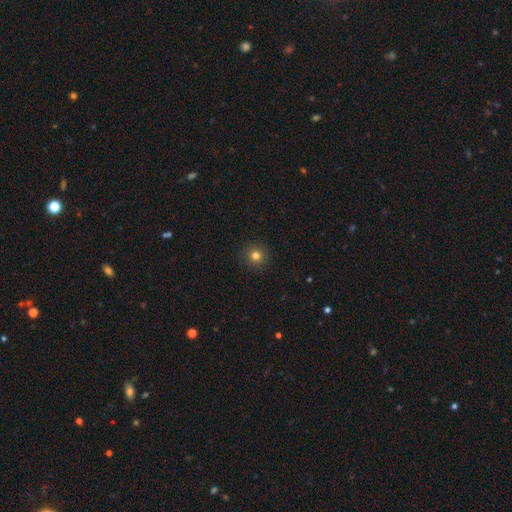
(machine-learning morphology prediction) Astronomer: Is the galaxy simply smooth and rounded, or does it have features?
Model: smooth — 80%.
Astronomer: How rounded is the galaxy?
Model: round — 95%.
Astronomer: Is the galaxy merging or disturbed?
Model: none — 92%.